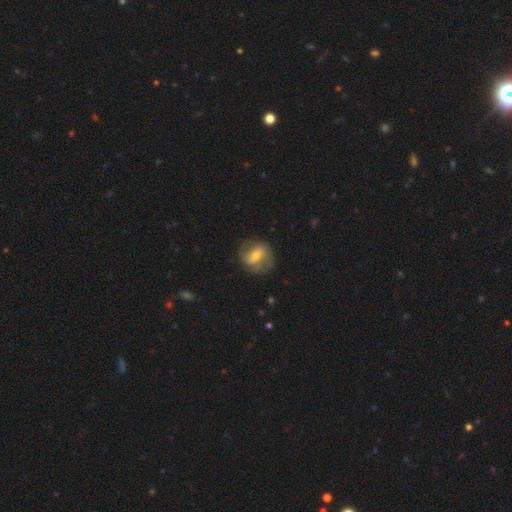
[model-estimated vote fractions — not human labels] A featured or disk galaxy (58%) with a weak bar (43%), spiral arms (73%) and a moderate central bulge (52%). Merging: none (68%).